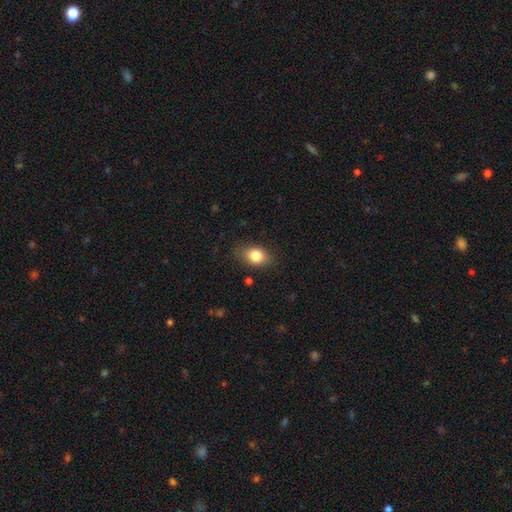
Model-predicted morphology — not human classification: Smooth or featured: smooth — 81% (featured or disk — 10%)
How rounded: in between — 78% (round — 20%)
Merging: none — 81% (minor disturbance — 15%)